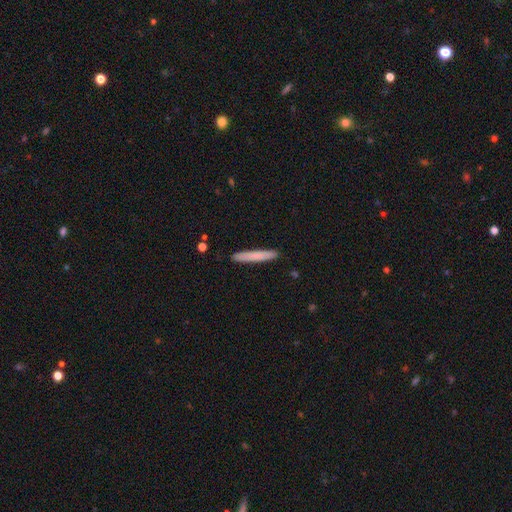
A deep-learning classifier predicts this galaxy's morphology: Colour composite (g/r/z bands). It shows a smooth galaxy with no disk features (76%) that is cigar-shaped (96%). Merging: none (91%).